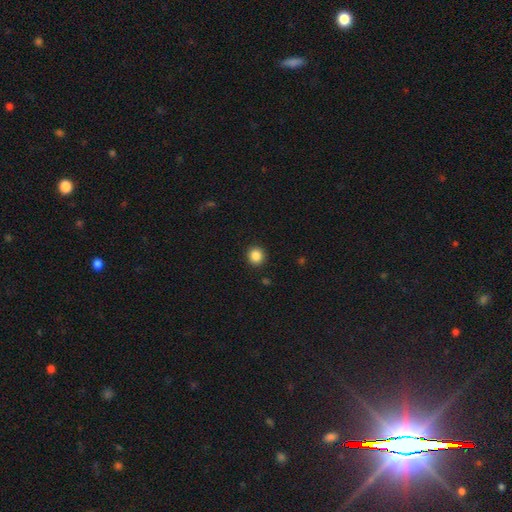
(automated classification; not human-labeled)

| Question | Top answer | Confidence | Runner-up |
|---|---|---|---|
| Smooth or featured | smooth | 86% | star or artifact (10%) |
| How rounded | round | 88% | in between (11%) |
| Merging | none | 92% | minor disturbance (5%) |